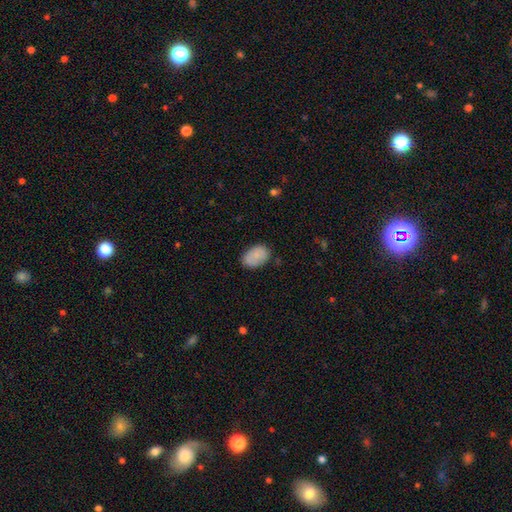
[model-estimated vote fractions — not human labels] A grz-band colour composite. It shows a smooth galaxy with no disk features (84%) that is in between round and cigar-shaped (87%). Merging: none (80%).